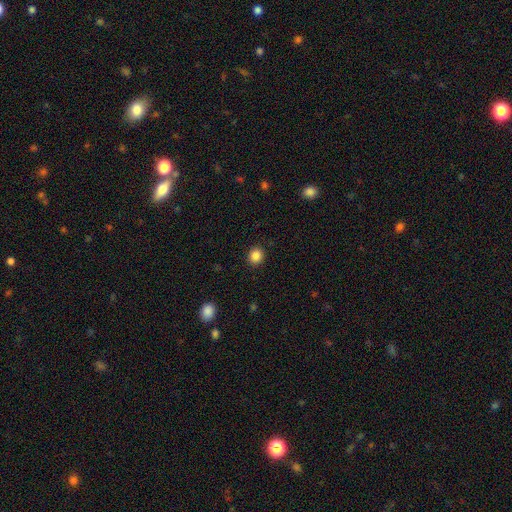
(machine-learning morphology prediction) Smooth or featured? smooth (86%)
How rounded? round (81%)
Merging? none (91%)